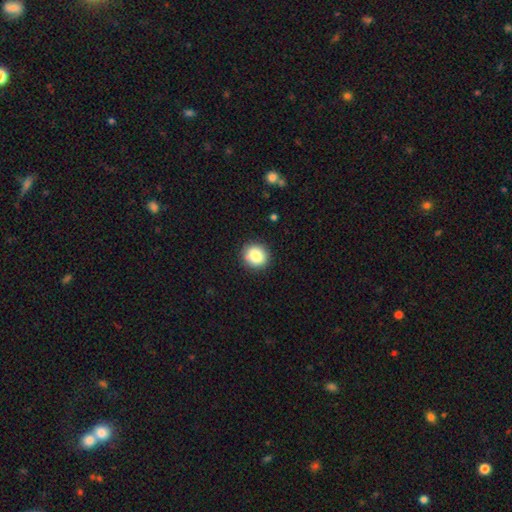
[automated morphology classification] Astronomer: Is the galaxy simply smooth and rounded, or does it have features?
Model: smooth — 86%.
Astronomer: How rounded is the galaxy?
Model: round — 82%.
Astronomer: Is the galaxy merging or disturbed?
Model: none — 90%.